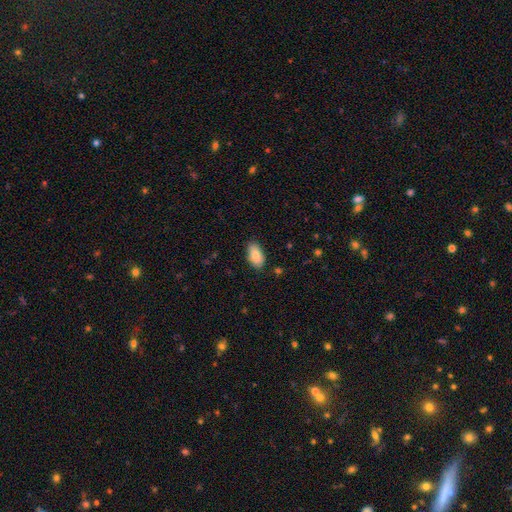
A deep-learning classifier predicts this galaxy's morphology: smooth_or_featured: smooth (p=0.86) [alt: featured or disk p=0.07]
how_rounded: in between (p=0.93) [alt: round p=0.03]
merging: none (p=0.83) [alt: minor disturbance p=0.13]